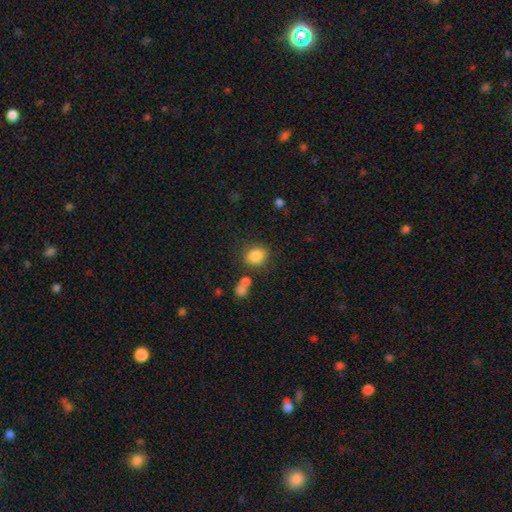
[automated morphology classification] Smooth or featured: smooth — 85% (star or artifact — 10%)
How rounded: round — 55% (in between — 44%)
Merging: none — 75% (minor disturbance — 12%)